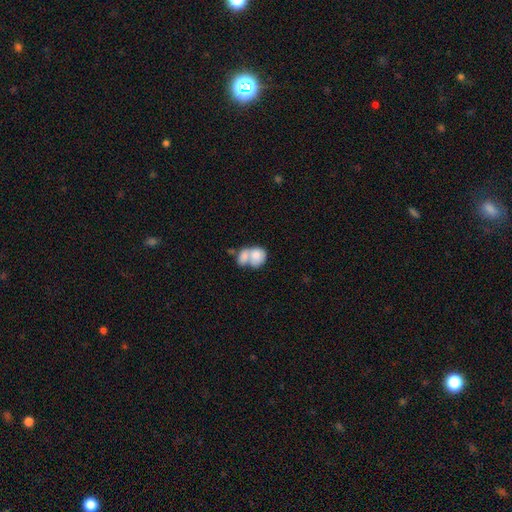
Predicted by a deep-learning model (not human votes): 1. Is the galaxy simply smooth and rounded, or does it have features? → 74% smooth, 19% featured or disk, 7% star or artifact.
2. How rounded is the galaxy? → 50% round, 49% in between, 1% cigar-shaped.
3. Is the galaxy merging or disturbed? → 74% merger, 14% none, 6% minor disturbance, 5% major disturbance.